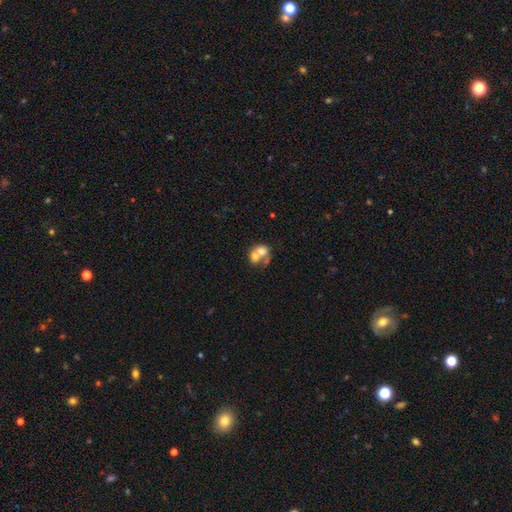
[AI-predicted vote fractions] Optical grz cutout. It shows a smooth galaxy with no disk features (62%) that is round (57%). Merging: merger (72%).